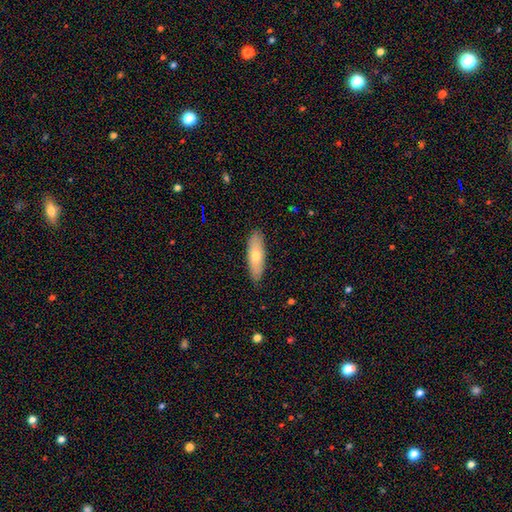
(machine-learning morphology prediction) smooth_or_featured: smooth (p=0.64) [alt: featured or disk p=0.30]
how_rounded: in between (p=0.52) [alt: cigar-shaped p=0.45]
merging: none (p=0.88) [alt: minor disturbance p=0.10]